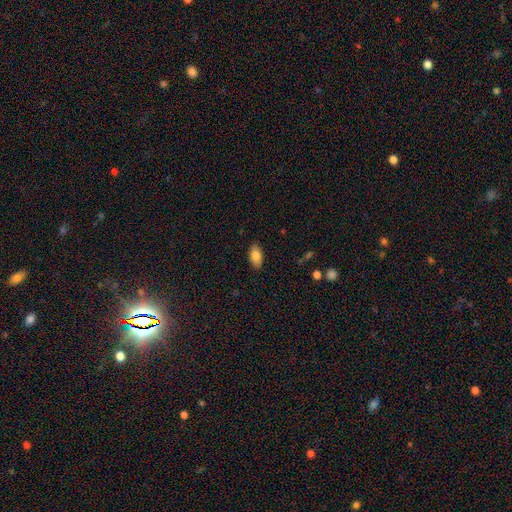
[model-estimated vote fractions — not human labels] Smooth or featured? Predicted: smooth (p=0.82). How rounded? Predicted: in between (p=0.92). Merging? Predicted: none (p=0.87).